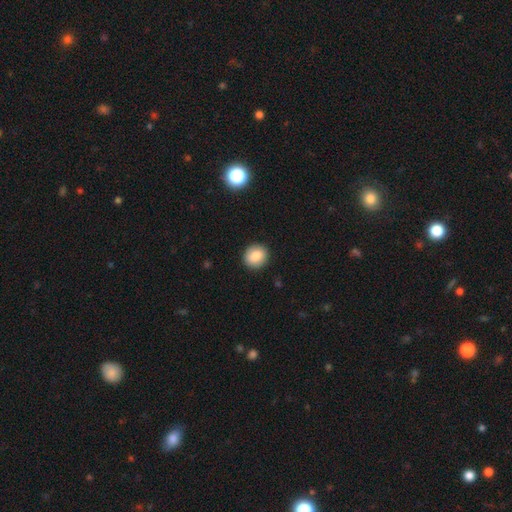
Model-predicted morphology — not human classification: Overall: smooth (80%). How rounded: round (81%). Merging: none (90%).